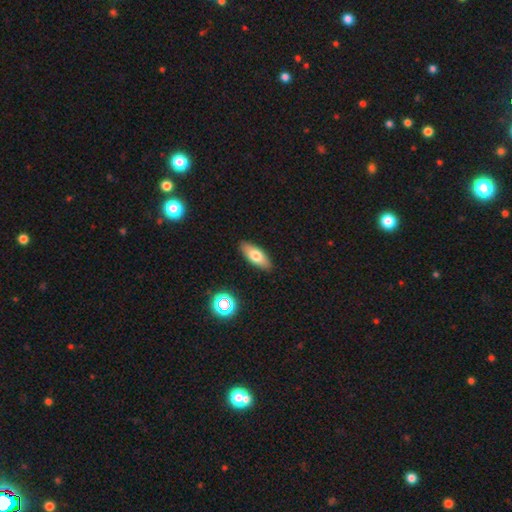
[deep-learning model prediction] A smooth galaxy with no disk features (69%) that is in between round and cigar-shaped (77%). Merging: none (89%).